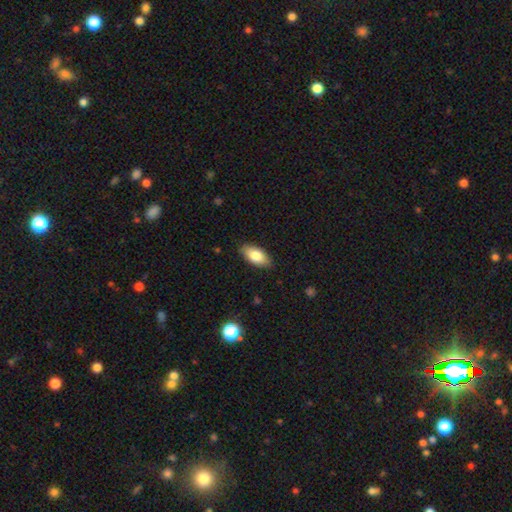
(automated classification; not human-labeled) Q: Smooth or featured?
A: smooth (81%); runner-up: featured or disk (13%)
Q: How rounded?
A: in between (91%); runner-up: cigar-shaped (7%)
Q: Merging?
A: none (86%); runner-up: minor disturbance (11%)